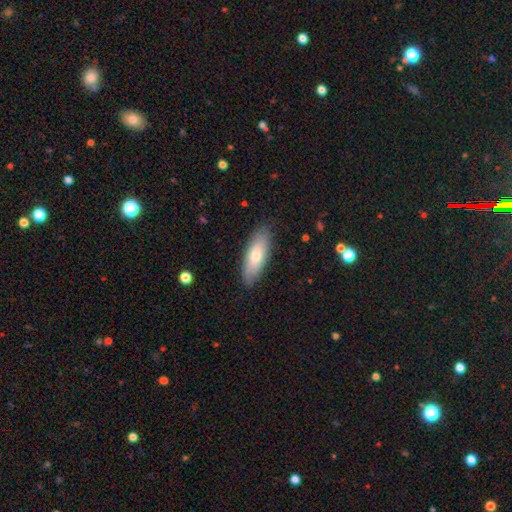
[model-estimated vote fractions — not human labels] Morphology: type=smooth (69%); roundness=in between (64%); merging=none (86%).